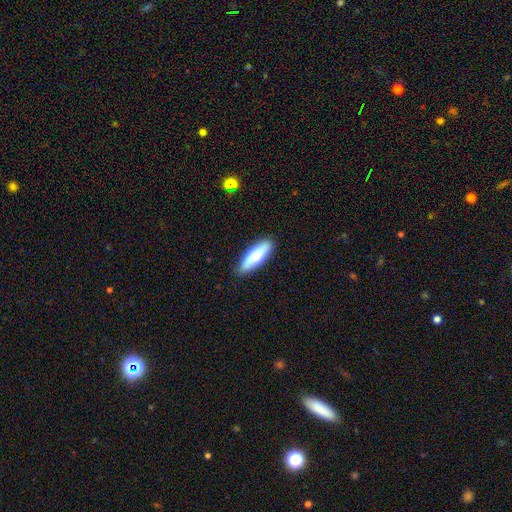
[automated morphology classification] This is likely a smooth galaxy (75%). How rounded: possibly cigar-shaped (49%, tied with in between). Merging: clearly none (87%).